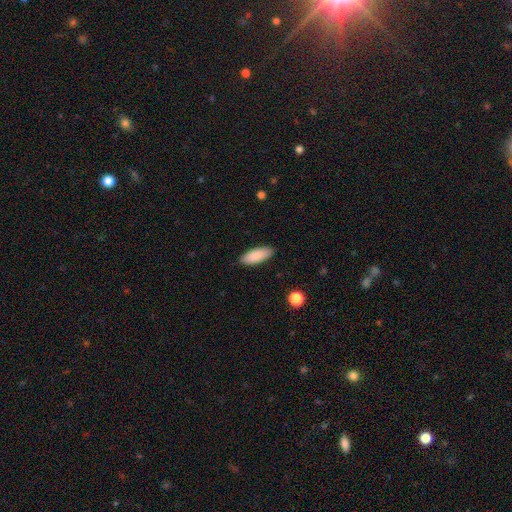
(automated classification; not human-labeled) This appears to be a smooth galaxy with no disk features (89%) that is in between round and cigar-shaped (79%). Merging: none (88%).